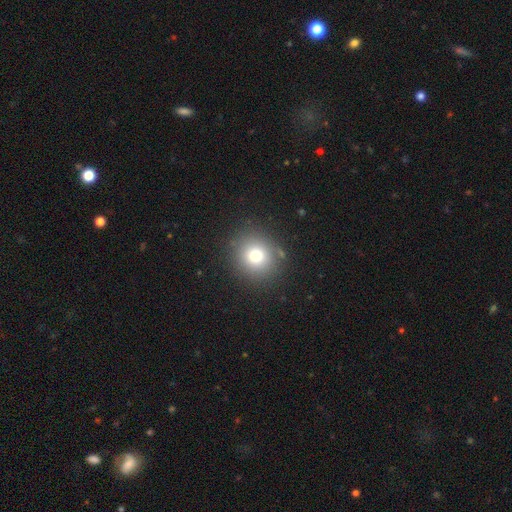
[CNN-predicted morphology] The model was most divided on "smooth or featured": smooth: 77%, star or artifact: 14%, featured or disk: 10%. More confident: how rounded — round (87%); merging — none (85%).